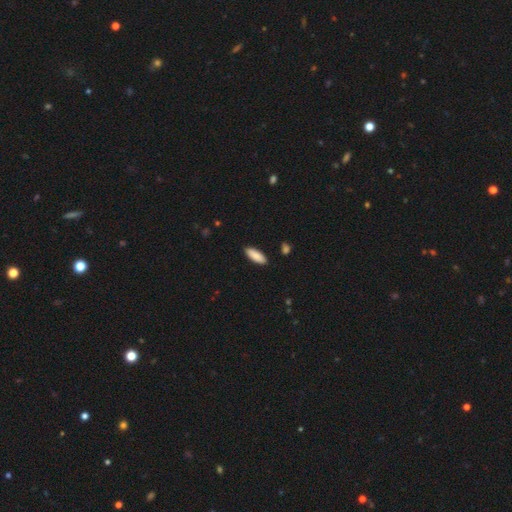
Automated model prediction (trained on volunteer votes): smooth_or_featured: smooth (p=0.89) [alt: star or artifact p=0.06]
how_rounded: in between (p=0.68) [alt: cigar-shaped p=0.30]
merging: none (p=0.89) [alt: minor disturbance p=0.08]